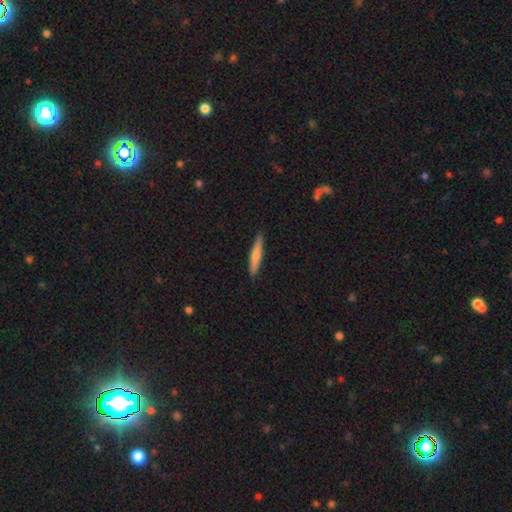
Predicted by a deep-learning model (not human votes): smooth_or_featured: smooth (p=0.64) [alt: featured or disk p=0.30]
how_rounded: cigar-shaped (p=0.92) [alt: in between p=0.07]
merging: none (p=0.89) [alt: minor disturbance p=0.08]